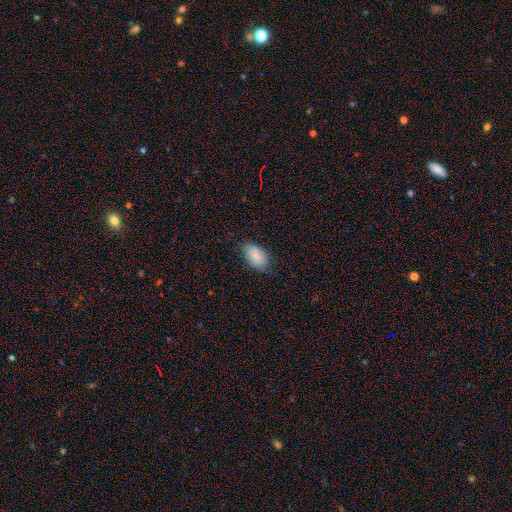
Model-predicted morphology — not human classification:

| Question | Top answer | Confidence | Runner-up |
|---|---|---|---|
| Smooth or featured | smooth | 86% | featured or disk (7%) |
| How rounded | in between | 93% | round (6%) |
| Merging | none | 74% | minor disturbance (21%) |